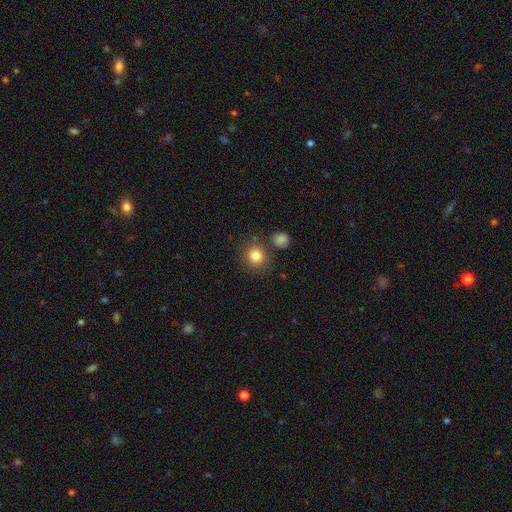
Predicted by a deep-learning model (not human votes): Smooth or featured? Predicted: smooth (p=0.83). How rounded? Predicted: round (p=0.89). Merging? Predicted: none (p=0.79).